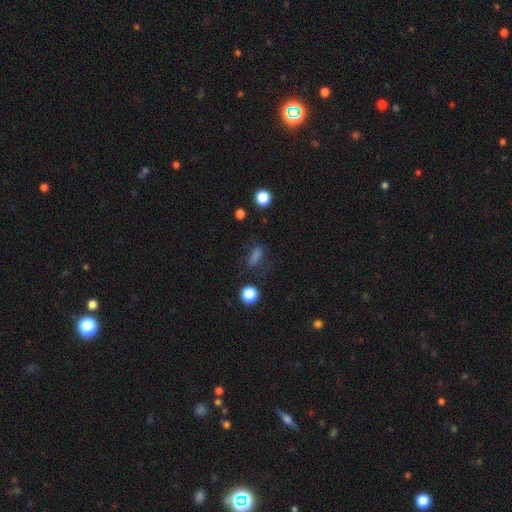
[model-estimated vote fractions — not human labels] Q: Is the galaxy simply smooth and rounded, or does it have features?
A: smooth — 65%.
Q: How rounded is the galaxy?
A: in between — 56%.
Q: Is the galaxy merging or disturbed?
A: none — 63%.